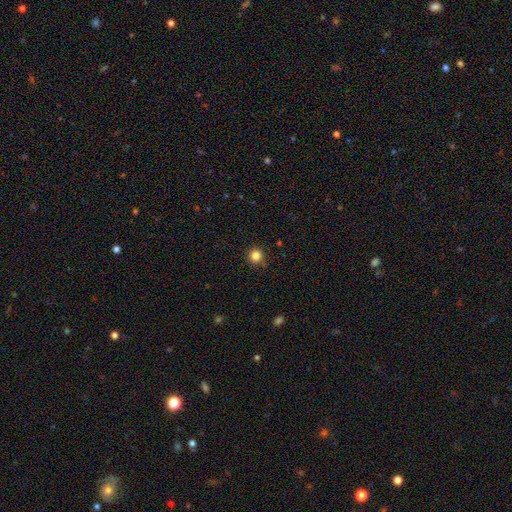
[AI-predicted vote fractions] This appears to be a smooth galaxy with no disk features (83%) that is round (94%). Merging: none (90%).